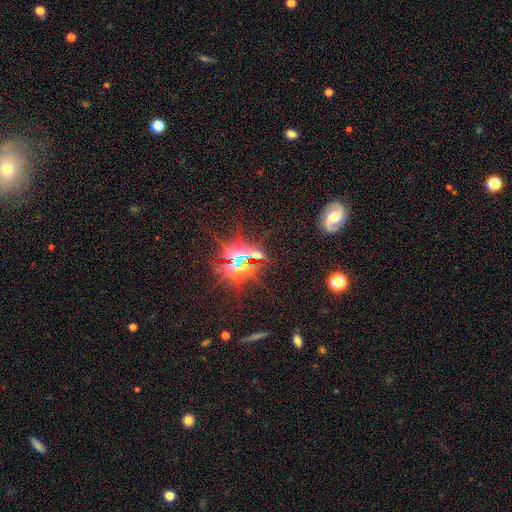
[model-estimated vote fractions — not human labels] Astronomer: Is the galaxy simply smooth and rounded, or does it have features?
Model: star or artifact — 82%.